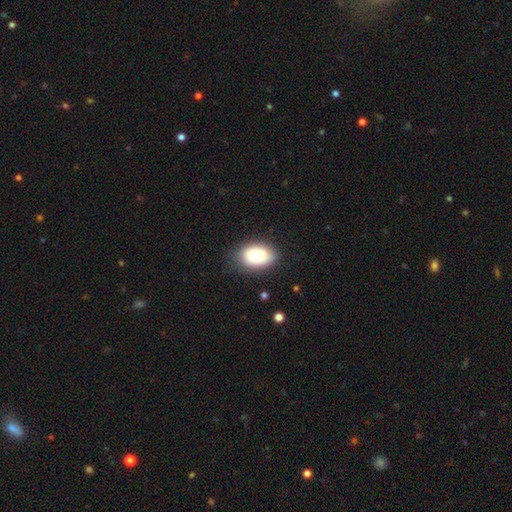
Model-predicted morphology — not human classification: This appears to be a smooth galaxy with no disk features (75%) that is in between round and cigar-shaped (85%). Merging: none (74%).